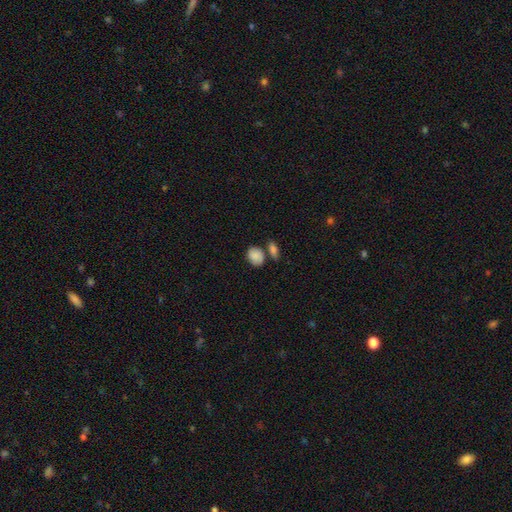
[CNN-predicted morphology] Smooth or featured: smooth — 85% (star or artifact — 8%)
How rounded: in between — 65% (round — 33%)
Merging: none — 54% (merger — 24%)